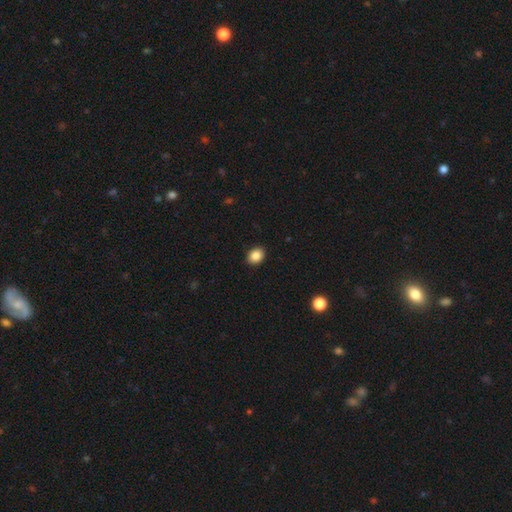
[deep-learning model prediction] Smooth or featured: smooth — 87% (star or artifact — 9%)
How rounded: in between — 53% (round — 46%)
Merging: none — 91% (minor disturbance — 6%)